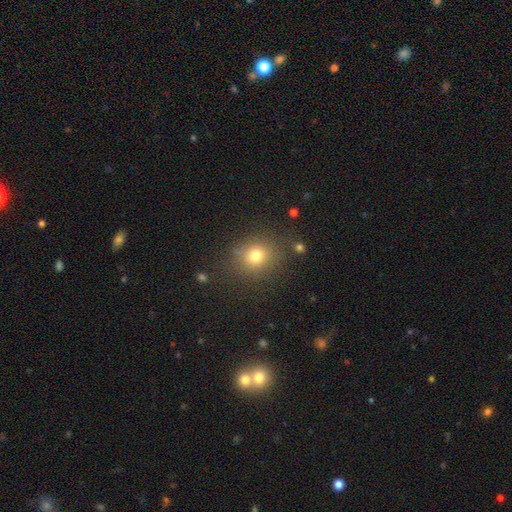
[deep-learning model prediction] This is likely a smooth galaxy (76%). How rounded: likely round (77%). Merging: clearly none (82%).